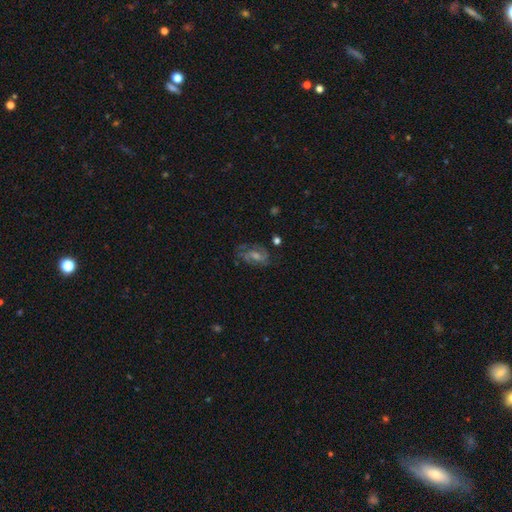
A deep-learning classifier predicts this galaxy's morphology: Overall: featured or disk (64%). Edge-on disk: no (95%). Bar: weak (46%; no 41%). Spiral arms: yes (87%). Spiral arm count: 2 (55%; can't tell 26%). Spiral winding: medium (46%; tight 37%). Bulge size: moderate (47%; small 38%). Merging: none (71%).